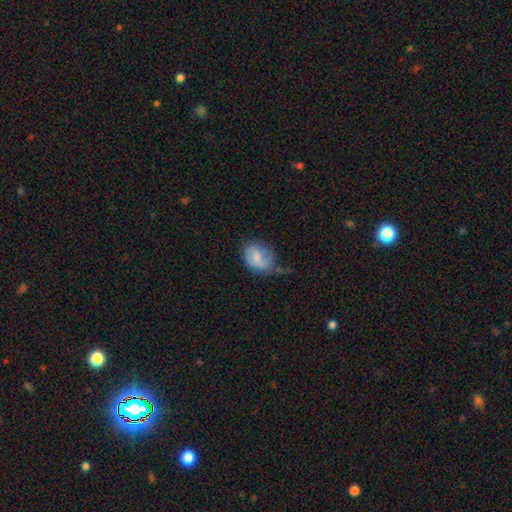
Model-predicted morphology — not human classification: type=smooth (59%); roundness=in between (58%); merging=none (39%).